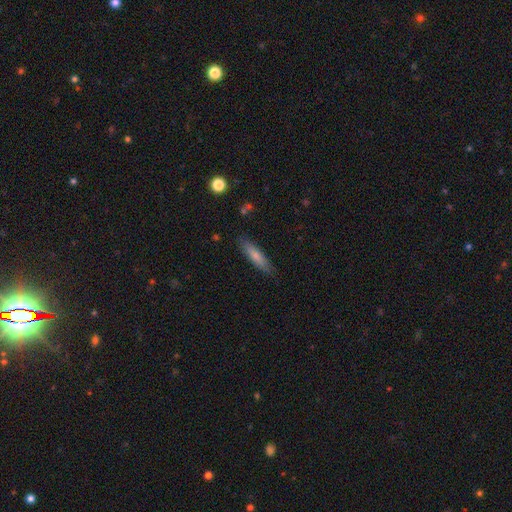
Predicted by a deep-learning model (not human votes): smooth-or-featured: smooth: 75% | featured or disk: 20% | star or artifact: 6%
  how-rounded: cigar-shaped: 77% | in between: 22% | round: 1%
  merging: none: 86% | minor disturbance: 11% | major disturbance: 2% | merger: 1%